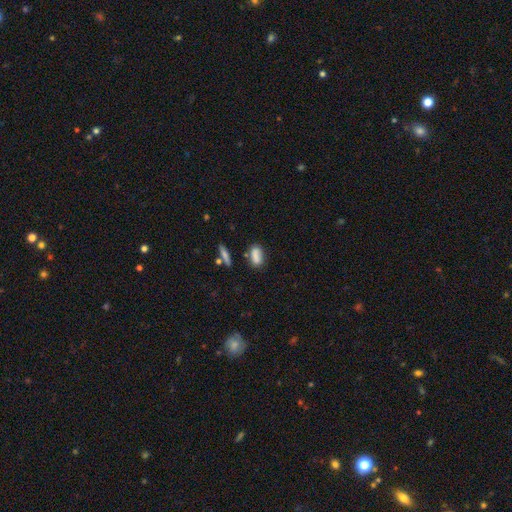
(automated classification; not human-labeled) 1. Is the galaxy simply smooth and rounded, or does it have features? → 80% smooth, 10% featured or disk, 9% star or artifact.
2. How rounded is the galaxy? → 77% in between, 15% cigar-shaped, 7% round.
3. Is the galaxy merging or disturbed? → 66% none, 17% minor disturbance, 13% merger, 5% major disturbance.